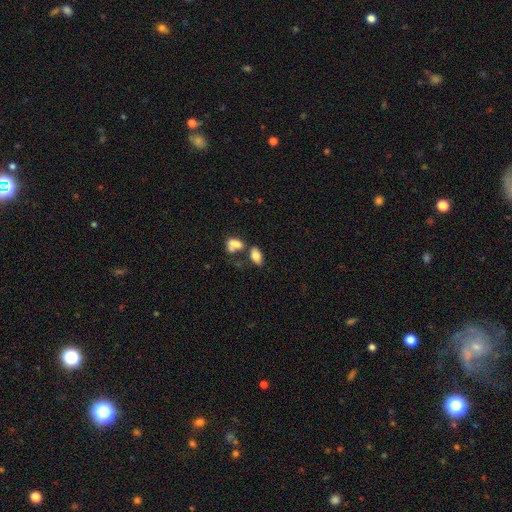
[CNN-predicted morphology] type=smooth (80%); roundness=in between (91%); merging=none (55%).